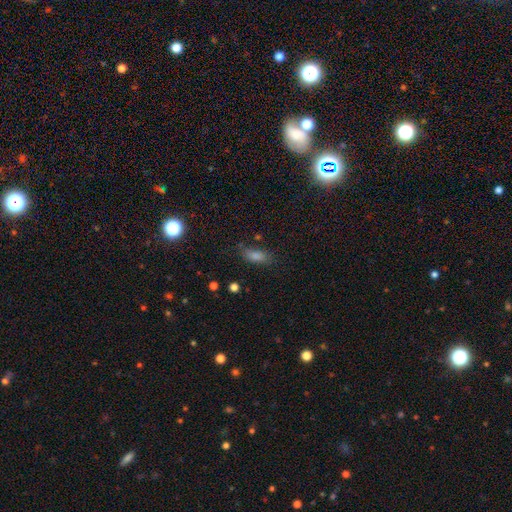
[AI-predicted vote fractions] Q: Smooth or featured?
A: smooth (65%); runner-up: star or artifact (23%)
Q: How rounded?
A: in between (71%); runner-up: cigar-shaped (22%)
Q: Merging?
A: none (74%); runner-up: minor disturbance (17%)